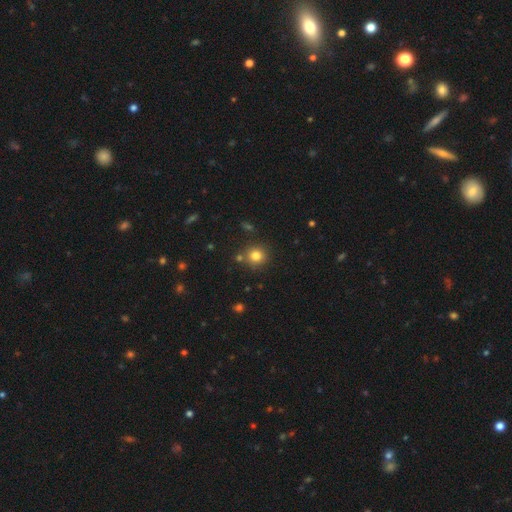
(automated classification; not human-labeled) Smooth or featured?
  - smooth: 80% *
  - star or artifact: 13%
  - featured or disk: 7%
How rounded?
  - round: 90% *
  - in between: 9%
  - cigar-shaped: 1%
Merging?
  - none: 80% *
  - minor disturbance: 9%
  - merger: 8%
  - major disturbance: 3%